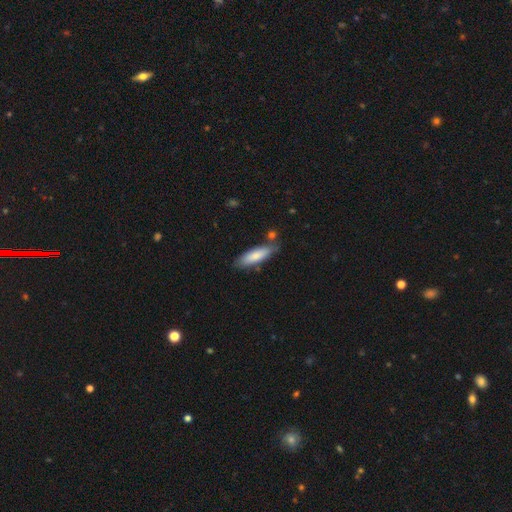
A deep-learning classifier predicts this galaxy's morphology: A smooth galaxy with no disk features (77%) that is cigar-shaped (56%).

Vote fractions:
- Smooth or featured? smooth: 77% / featured or disk: 17% / star or artifact: 6%
- How rounded? cigar-shaped: 56% / in between: 42% / round: 2%
- Merging? none: 76% / minor disturbance: 15% / merger: 6% / major disturbance: 3%